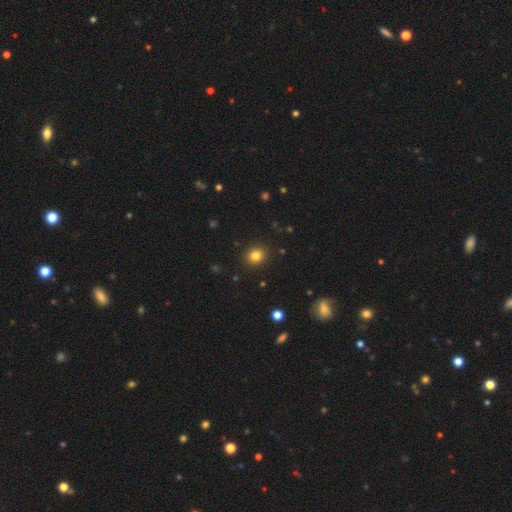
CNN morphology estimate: type=smooth (82%); roundness=round (79%); merging=none (90%).